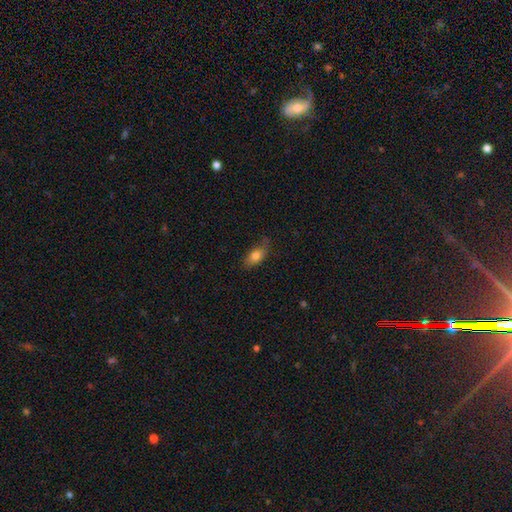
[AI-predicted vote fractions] smooth_or_featured: smooth (p=0.80) [alt: featured or disk p=0.12]
how_rounded: in between (p=0.85) [alt: cigar-shaped p=0.08]
merging: none (p=0.71) [alt: minor disturbance p=0.23]